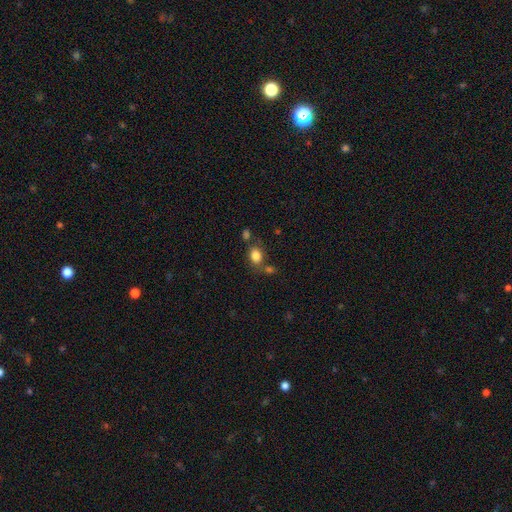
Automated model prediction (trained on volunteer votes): Morphology: type=smooth (82%); roundness=in between (59%); merging=none (62%).